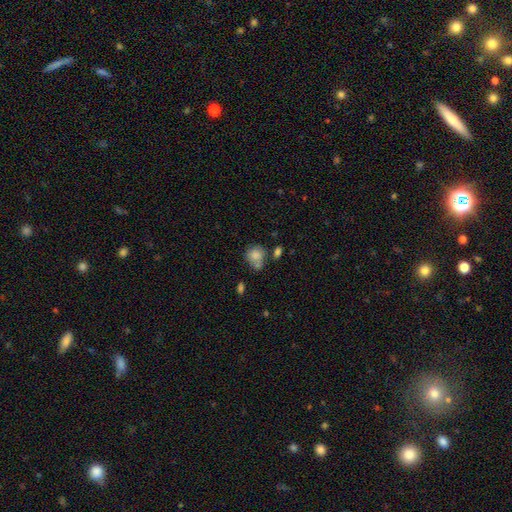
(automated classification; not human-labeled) smooth_or_featured: smooth (p=0.82) [alt: featured or disk p=0.09]
how_rounded: round (p=0.72) [alt: in between p=0.27]
merging: none (p=0.49) [alt: merger p=0.24]